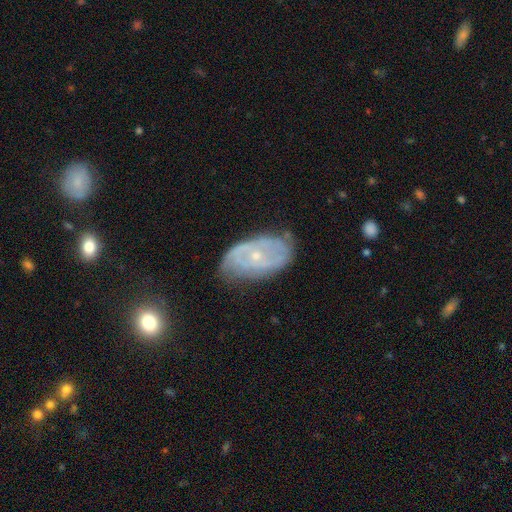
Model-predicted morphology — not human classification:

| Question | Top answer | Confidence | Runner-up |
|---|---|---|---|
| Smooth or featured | featured or disk | 75% | smooth (18%) |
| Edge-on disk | no | 94% | yes (6%) |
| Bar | no | 70% | weak (23%) |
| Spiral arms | yes | 76% | no (24%) |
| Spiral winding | tight | 56% | medium (31%) |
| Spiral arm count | can't tell | 47% | 2 (33%) |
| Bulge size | small | 76% | moderate (21%) |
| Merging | none | 60% | minor disturbance (28%) |